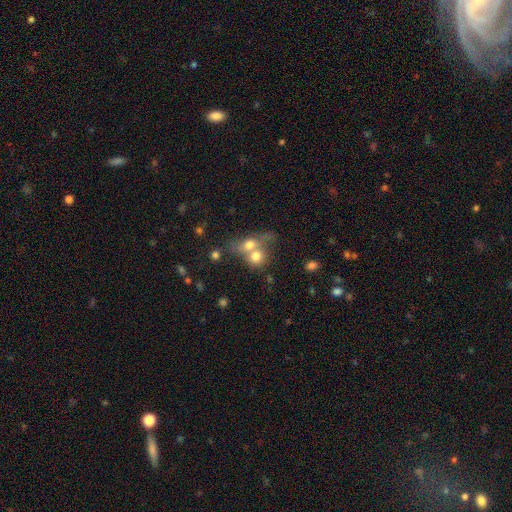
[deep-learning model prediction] Smooth or featured? Predicted: smooth (p=0.71). How rounded? Predicted: round (p=0.65). Merging? Predicted: merger (p=0.67).